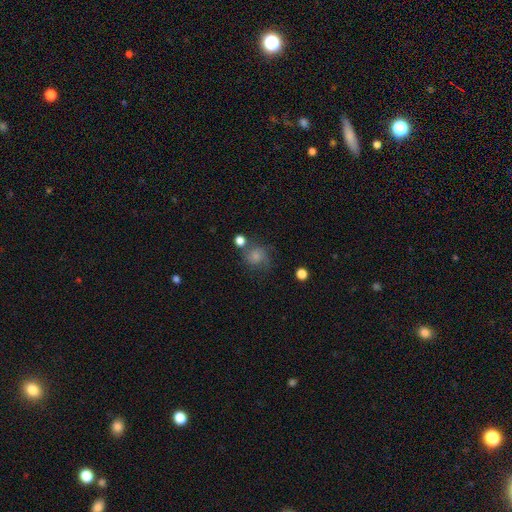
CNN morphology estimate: smooth_or_featured: smooth (p=0.67) [alt: featured or disk p=0.21]
how_rounded: round (p=0.82) [alt: in between p=0.18]
merging: none (p=0.56) [alt: minor disturbance p=0.21]